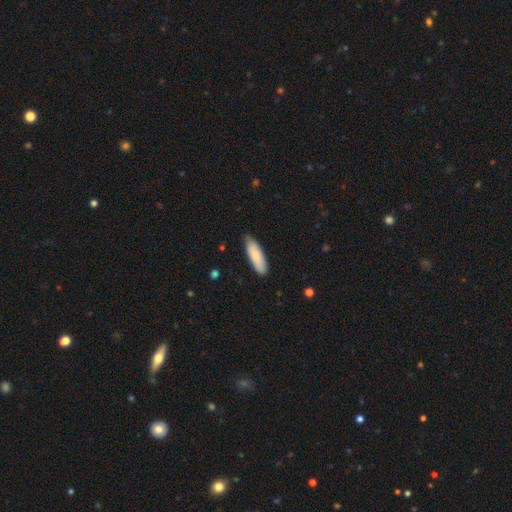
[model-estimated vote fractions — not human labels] Smooth or featured: smooth — 85% (featured or disk — 10%)
How rounded: in between — 50% (cigar-shaped — 49%)
Merging: none — 79% (minor disturbance — 17%)